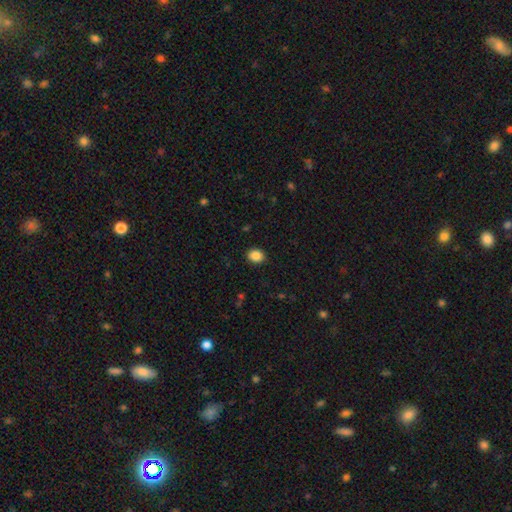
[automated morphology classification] Overall: smooth (87%). How rounded: round (58%; in between 41%). Merging: none (90%).